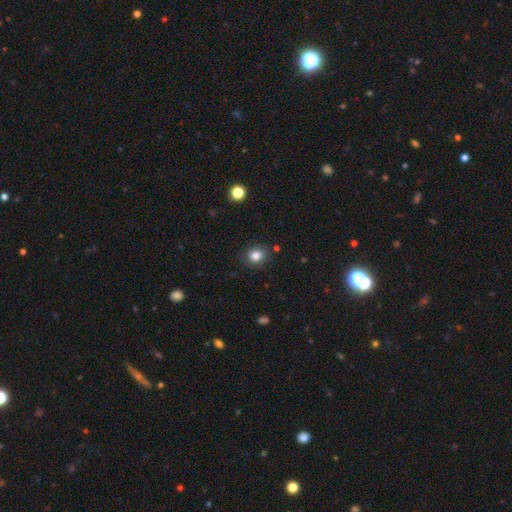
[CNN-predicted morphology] Smooth or featured? Predicted: smooth (p=0.84). How rounded? Predicted: round (p=0.69). Merging? Predicted: none (p=0.85).